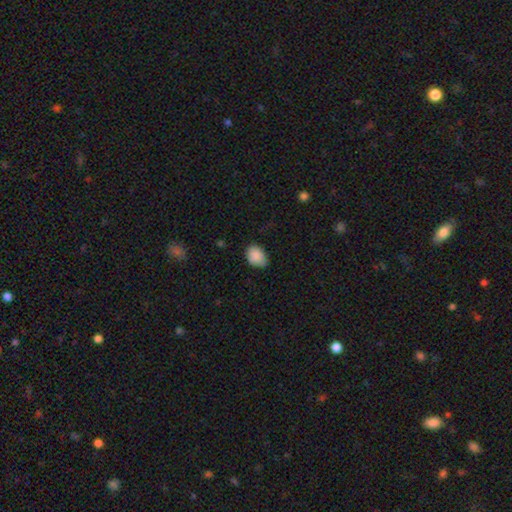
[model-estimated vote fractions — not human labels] Smooth or featured? smooth (88%)
How rounded? in between (76%)
Merging? none (72%)